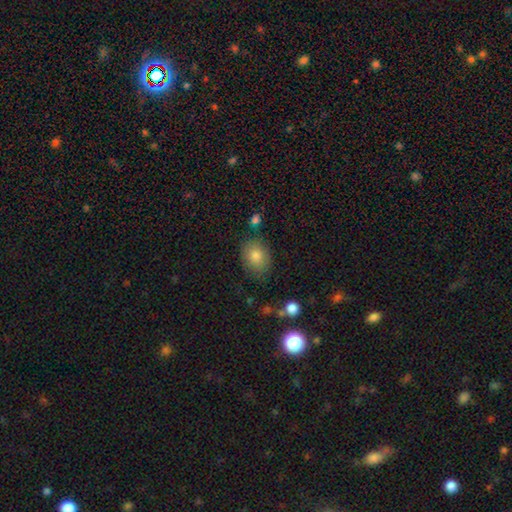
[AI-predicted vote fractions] Morphology: type=smooth (82%); roundness=in between (62%); merging=none (78%).